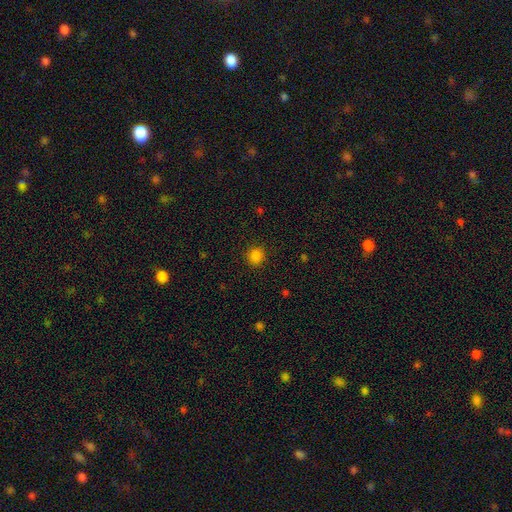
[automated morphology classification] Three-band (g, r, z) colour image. It shows a smooth galaxy with no disk features (84%) that is round (89%). Merging: none (90%).